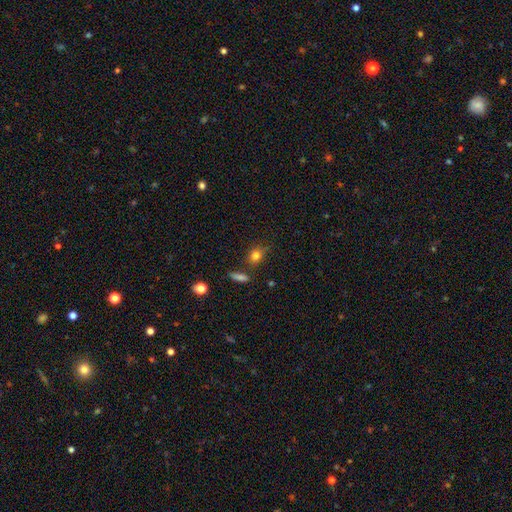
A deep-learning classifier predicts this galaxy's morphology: A smooth galaxy with no disk features (81%) that is round (56%).

Vote fractions:
- Smooth or featured? smooth: 81% / star or artifact: 11% / featured or disk: 7%
- How rounded? round: 56% / in between: 41% / cigar-shaped: 4%
- Merging? none: 72% / minor disturbance: 17% / merger: 7% / major disturbance: 5%